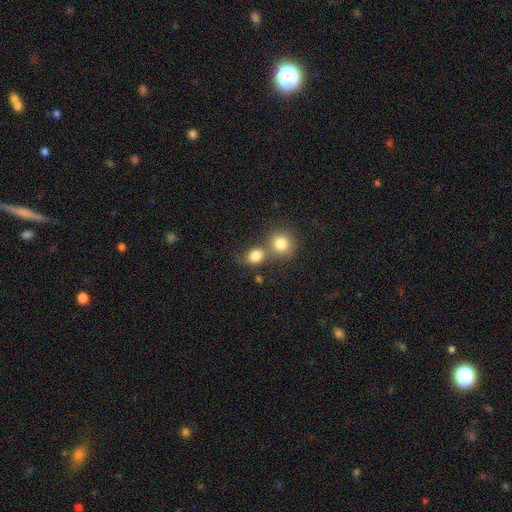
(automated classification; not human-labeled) smooth_or_featured: smooth (p=0.82) [alt: star or artifact p=0.10]
how_rounded: round (p=0.64) [alt: in between p=0.34]
merging: merger (p=0.43) [alt: none p=0.41]